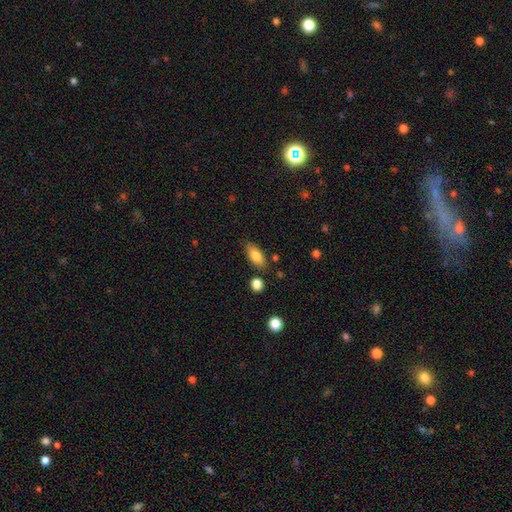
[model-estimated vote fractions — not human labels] Smooth or featured: smooth — 82% (featured or disk — 11%)
How rounded: in between — 84% (cigar-shaped — 13%)
Merging: none — 79% (minor disturbance — 13%)